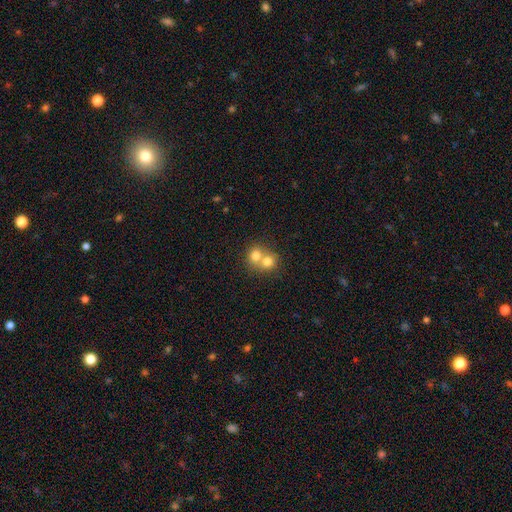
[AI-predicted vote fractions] Smooth or featured? Predicted: smooth (p=0.73). How rounded? Predicted: round (p=0.77). Merging? Predicted: merger (p=0.68).